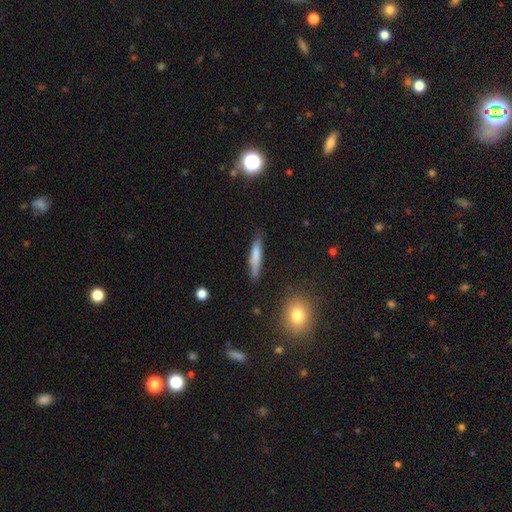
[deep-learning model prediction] Smooth or featured? Predicted: smooth (p=0.75). How rounded? Predicted: cigar-shaped (p=0.89). Merging? Predicted: none (p=0.79).